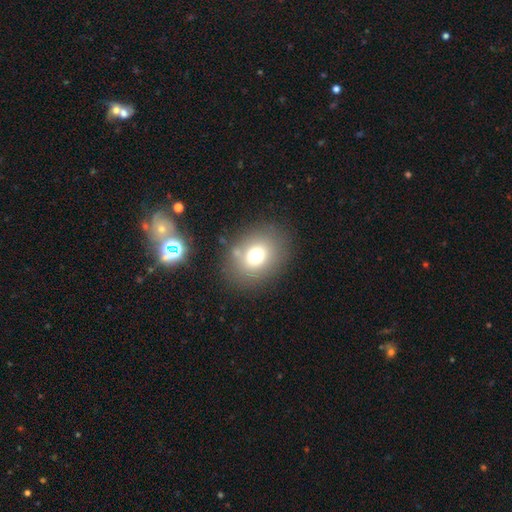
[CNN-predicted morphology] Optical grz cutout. It shows a smooth galaxy with no disk features (72%) that is round (50%). Merging: none (80%).